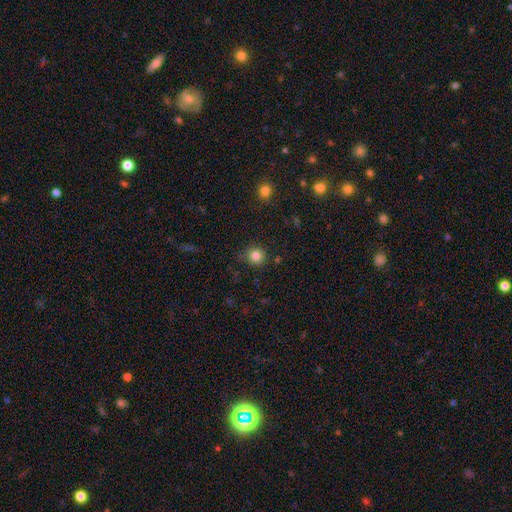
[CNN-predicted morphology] Smooth or featured? Predicted: smooth (p=0.82). How rounded? Predicted: round (p=0.91). Merging? Predicted: none (p=0.82).